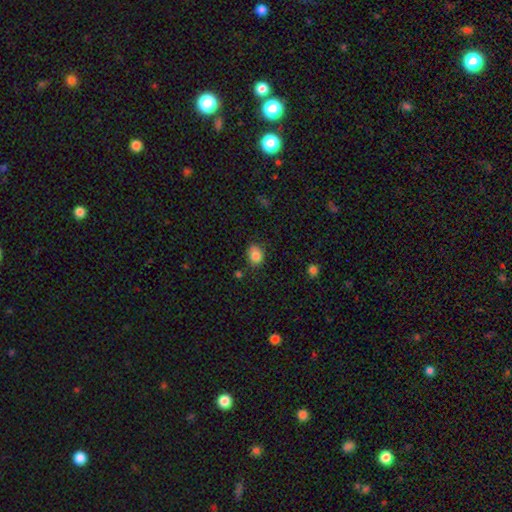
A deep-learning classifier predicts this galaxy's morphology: Smooth or featured? Predicted: smooth (p=0.85). How rounded? Predicted: in between (p=0.50). Merging? Predicted: none (p=0.73).